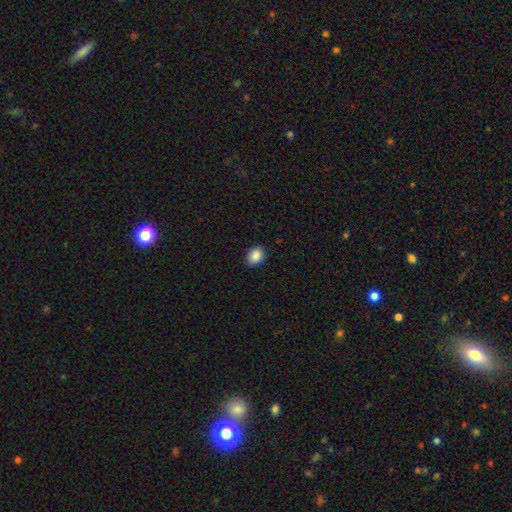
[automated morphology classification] Overall: smooth (88%). How rounded: in between (63%; round 36%). Merging: none (89%).